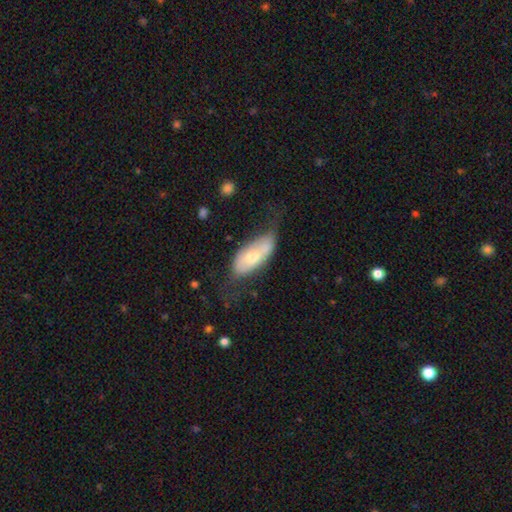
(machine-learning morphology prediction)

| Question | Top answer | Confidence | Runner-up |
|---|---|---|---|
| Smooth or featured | featured or disk | 48% | smooth (44%) |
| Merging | none | 50% | minor disturbance (29%) |